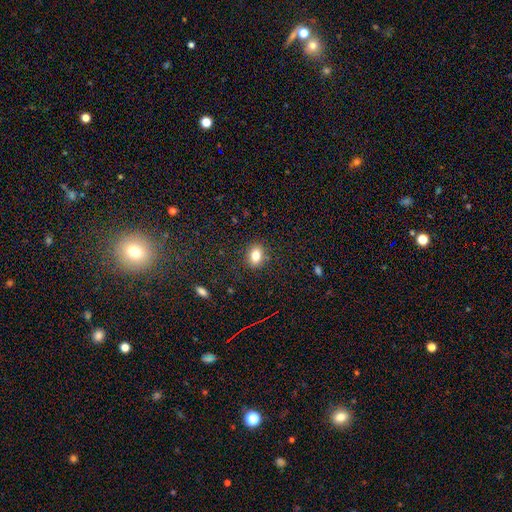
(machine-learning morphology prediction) smooth 82%, star or artifact 11%, featured or disk 8%. Down the decision tree: how rounded — in between (68%); merging — none (85%).